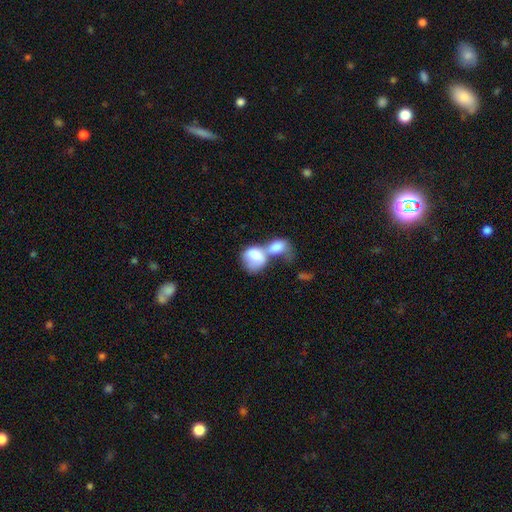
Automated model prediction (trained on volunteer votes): A smooth galaxy with no disk features (74%) that is in between round and cigar-shaped (56%). Merging: merger (78%).